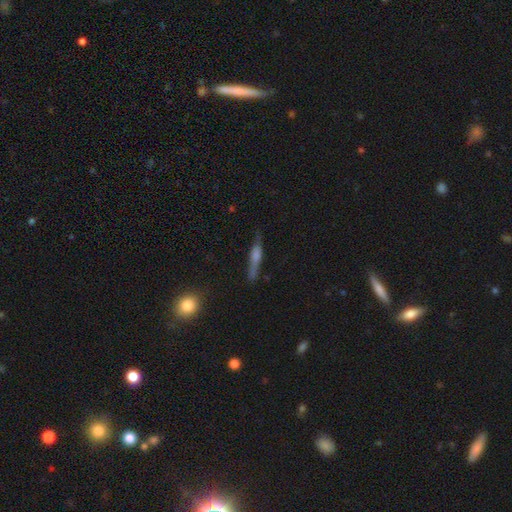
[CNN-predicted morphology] The model was most divided on "smooth or featured": featured or disk: 54%, smooth: 36%, star or artifact: 9%. More confident: edge-on disk — yes (92%); merging — none (74%); edge-on bulge — rounded (61%).